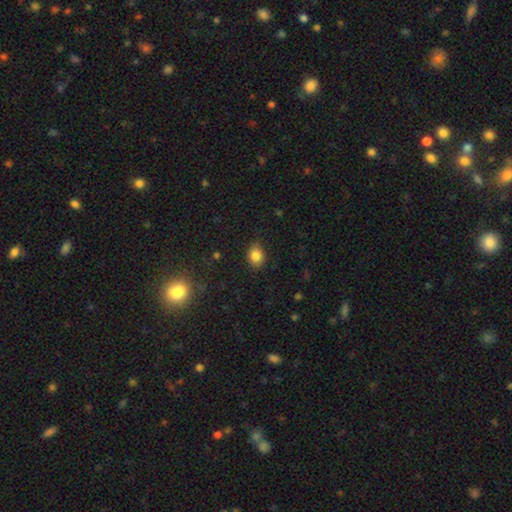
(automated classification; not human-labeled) A smooth galaxy with no disk features (84%) that is in between round and cigar-shaped (59%).

Vote fractions:
- Smooth or featured? smooth: 84% / star or artifact: 10% / featured or disk: 6%
- How rounded? in between: 59% / round: 40% / cigar-shaped: 1%
- Merging? none: 81% / minor disturbance: 15% / major disturbance: 3% / merger: 1%